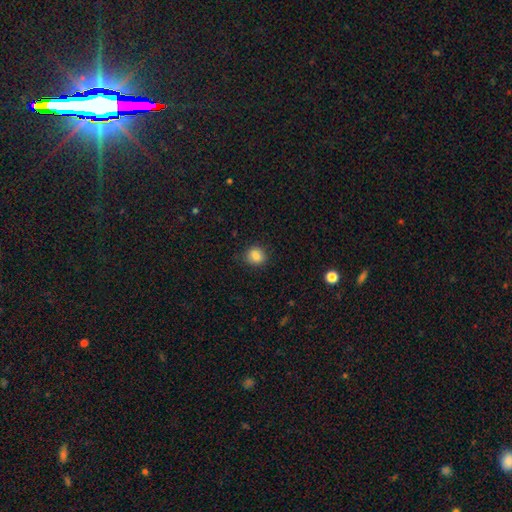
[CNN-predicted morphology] This appears to be a smooth galaxy with no disk features (84%) that is round (77%). Merging: none (85%).